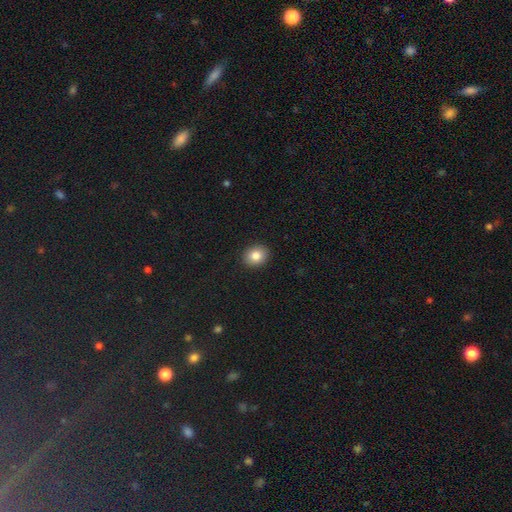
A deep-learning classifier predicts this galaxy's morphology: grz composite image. It shows a smooth galaxy with no disk features (84%) that is round (59%). Merging: none (91%).